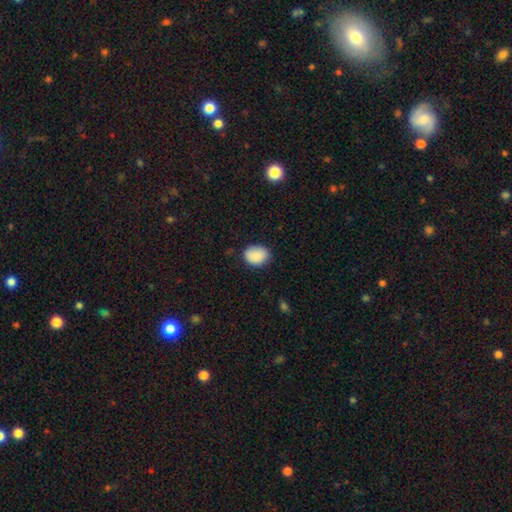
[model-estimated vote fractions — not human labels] Morphology: type=smooth (89%); roundness=in between (54%); merging=none (80%).